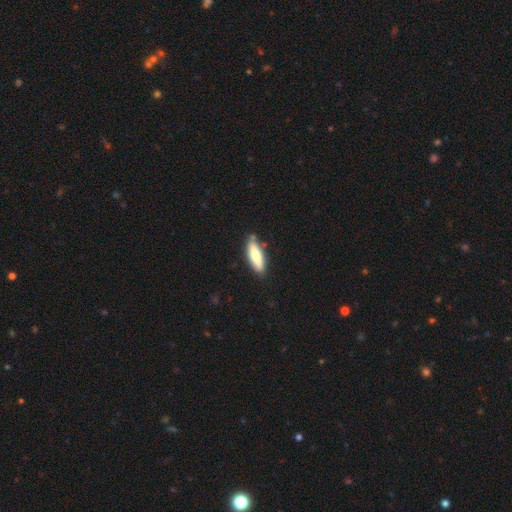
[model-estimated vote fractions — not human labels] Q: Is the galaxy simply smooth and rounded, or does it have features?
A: smooth — 72%.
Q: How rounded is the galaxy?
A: cigar-shaped — 56%.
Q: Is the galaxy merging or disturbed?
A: none — 79%.